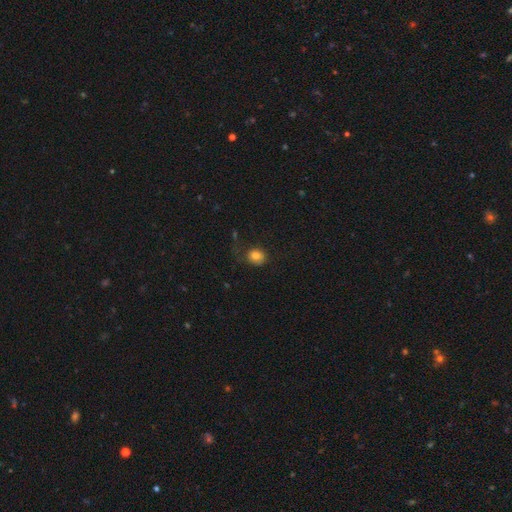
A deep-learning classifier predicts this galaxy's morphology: Smooth or featured? Predicted: smooth (p=0.80). How rounded? Predicted: round (p=0.74). Merging? Predicted: none (p=0.62).